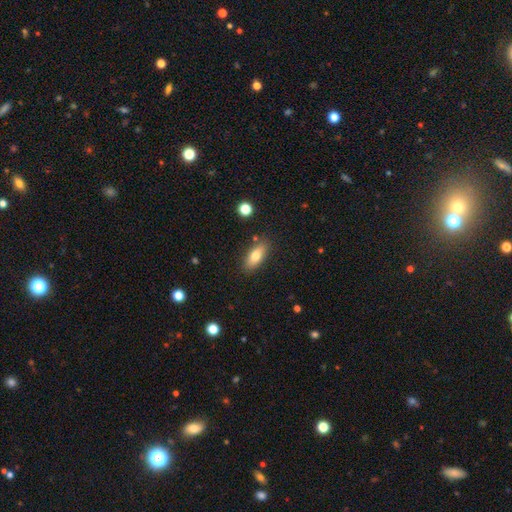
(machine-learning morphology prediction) Smooth or featured: smooth — 75% (featured or disk — 17%)
How rounded: in between — 79% (cigar-shaped — 17%)
Merging: none — 83% (minor disturbance — 12%)